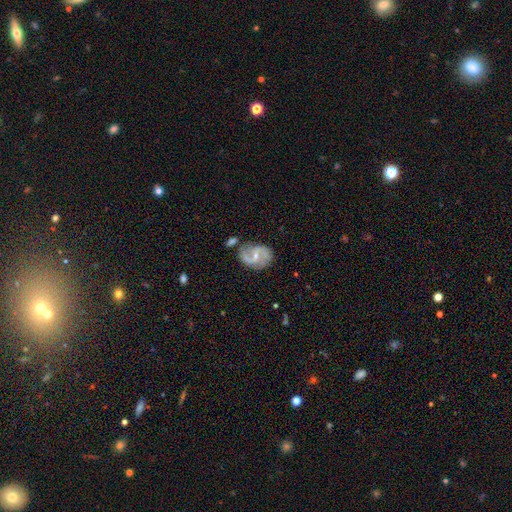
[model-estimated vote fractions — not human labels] This appears to be a featured or disk galaxy (83%) with a weak bar (44%), 2 (86%) medium (48%) spiral arms (95%) and a small central bulge (58%). Merging: none (64%).